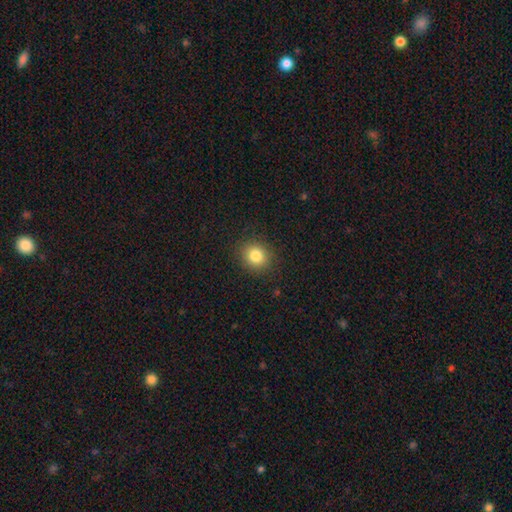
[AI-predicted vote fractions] A smooth galaxy with no disk features (83%) that is round (80%).

Vote fractions:
- Smooth or featured? smooth: 83% / star or artifact: 11% / featured or disk: 6%
- How rounded? round: 80% / in between: 19% / cigar-shaped: 1%
- Merging? none: 89% / minor disturbance: 7% / major disturbance: 3% / merger: 1%